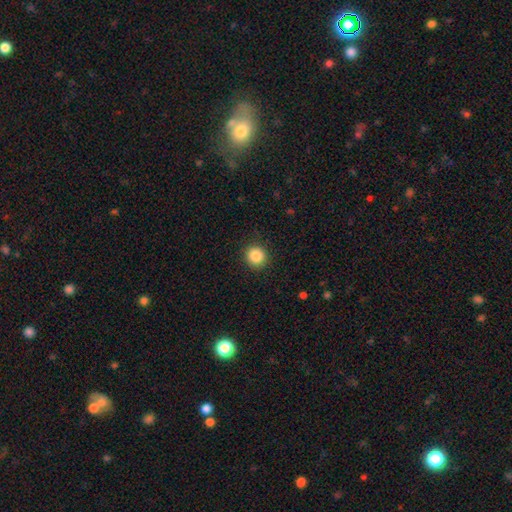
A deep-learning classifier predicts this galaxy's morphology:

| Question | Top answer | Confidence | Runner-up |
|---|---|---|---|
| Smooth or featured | smooth | 86% | star or artifact (10%) |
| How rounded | round | 91% | in between (8%) |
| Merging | none | 91% | minor disturbance (6%) |